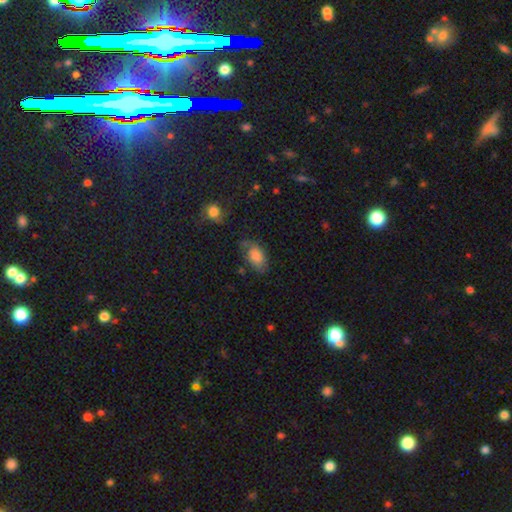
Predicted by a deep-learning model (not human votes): This is likely a smooth galaxy (77%). How rounded: clearly in between (91%). Merging: possibly none (57%).